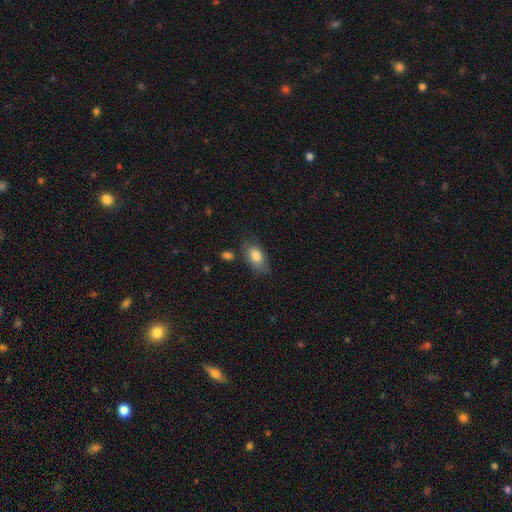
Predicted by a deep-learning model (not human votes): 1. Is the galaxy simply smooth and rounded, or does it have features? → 79% smooth, 14% featured or disk, 7% star or artifact.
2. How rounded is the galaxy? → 90% in between, 6% round, 4% cigar-shaped.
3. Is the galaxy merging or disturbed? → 65% none, 23% minor disturbance, 7% major disturbance, 5% merger.